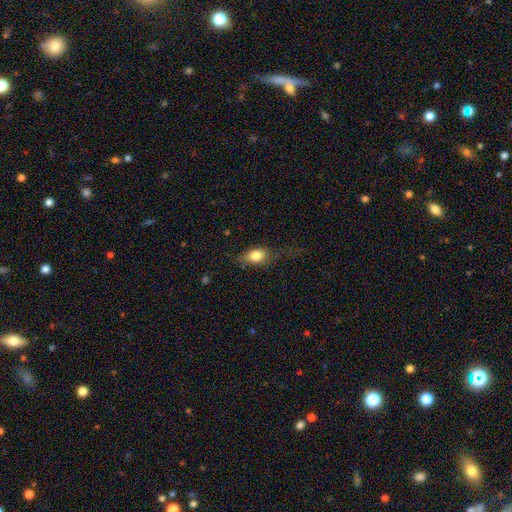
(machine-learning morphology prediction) Smooth or featured: smooth — 78% (featured or disk — 13%)
How rounded: in between — 76% (round — 18%)
Merging: none — 47% (minor disturbance — 27%)